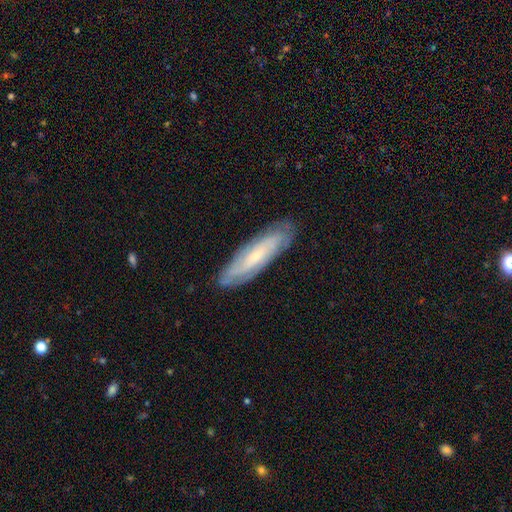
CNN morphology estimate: Smooth or featured? Predicted: featured or disk (p=0.66). Edge-on disk? Predicted: no (p=0.71). Merging? Predicted: none (p=0.83).